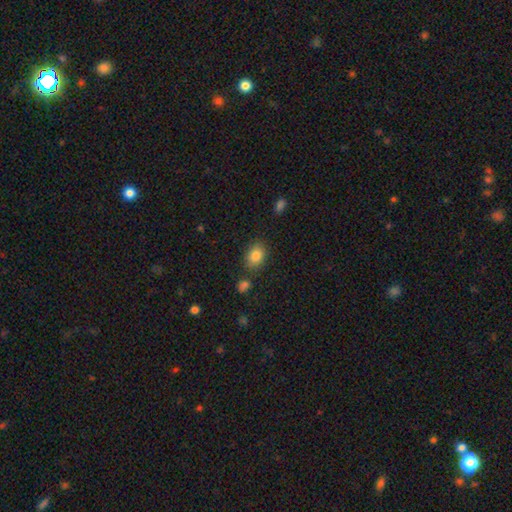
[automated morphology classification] type=smooth (84%); roundness=in between (76%); merging=none (80%).